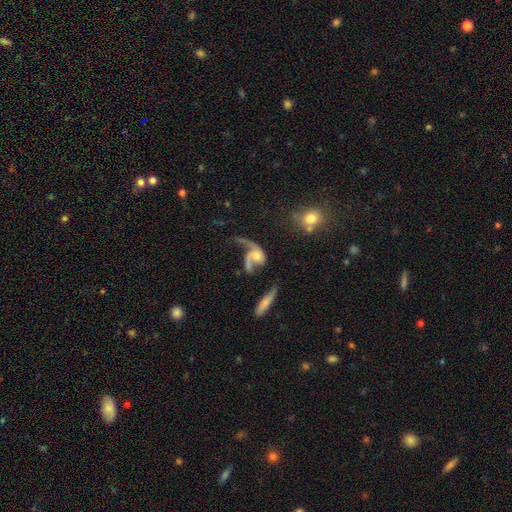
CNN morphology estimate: This is likely a featured or disk galaxy (75%). It is clearly not viewed edge-on (95%). Bar: likely no (68%). Spiral arm pattern: clearly yes (87%). Spiral arm count: possibly 2 (55%). Spiral winding: likely loose (71%). Central bulge: marginally moderate (44%). Merging: marginally major disturbance (42%).